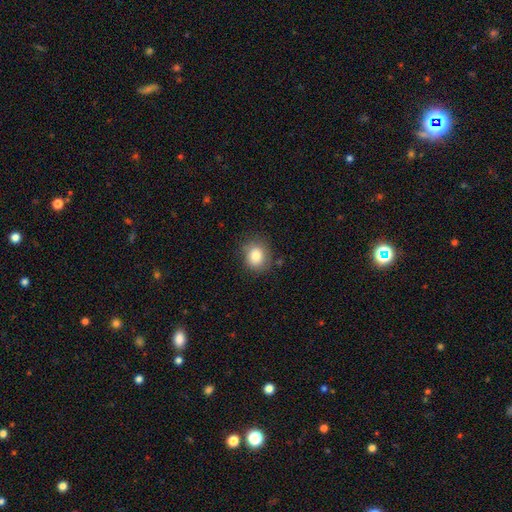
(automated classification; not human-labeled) This is clearly a smooth galaxy (82%). How rounded: likely round (71%). Merging: clearly none (80%).